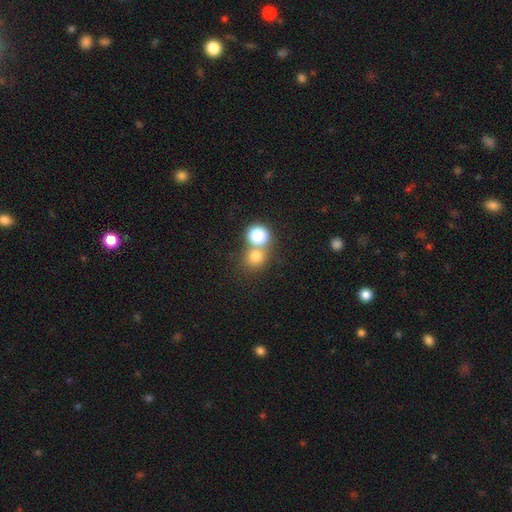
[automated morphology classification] Smooth or featured? smooth (73%)
How rounded? round (84%)
Merging? none (53%)